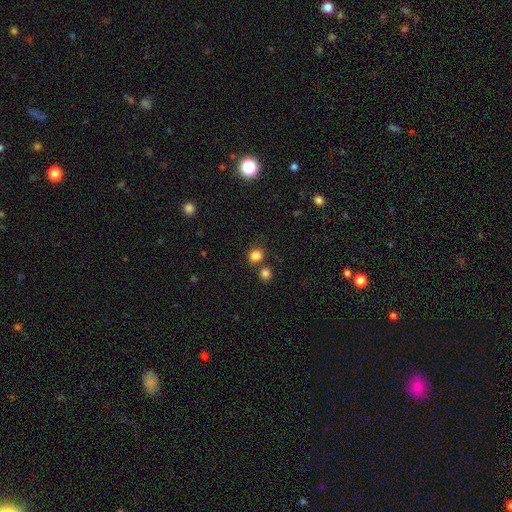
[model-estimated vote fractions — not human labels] Morphology: type=smooth (84%); roundness=round (71%); merging=none (70%).